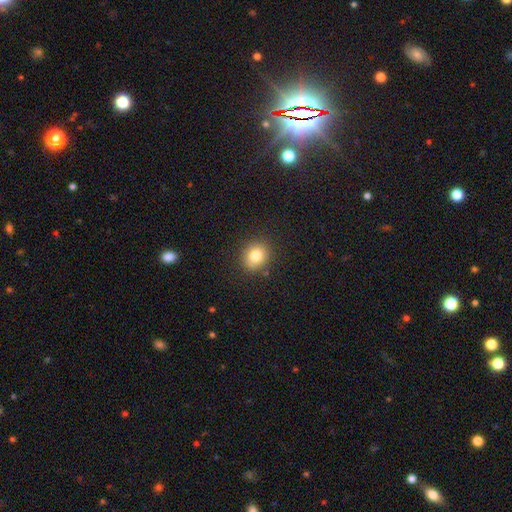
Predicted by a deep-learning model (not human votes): Morphology: type=smooth (80%); roundness=round (79%); merging=none (86%).